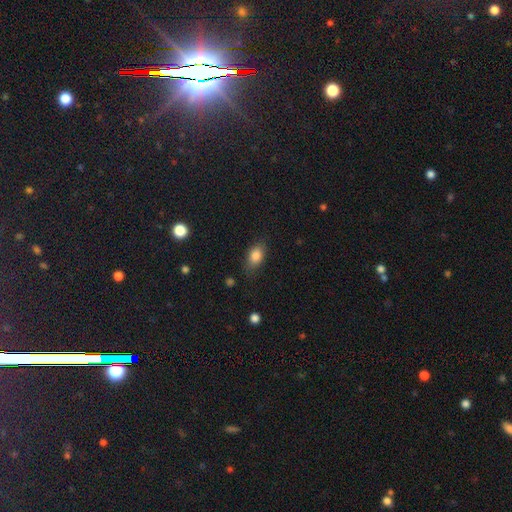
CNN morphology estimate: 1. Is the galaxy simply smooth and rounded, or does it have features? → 84% smooth, 9% star or artifact, 8% featured or disk.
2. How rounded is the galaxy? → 79% in between, 18% round, 3% cigar-shaped.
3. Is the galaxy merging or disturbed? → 73% none, 20% minor disturbance, 5% major disturbance, 1% merger.